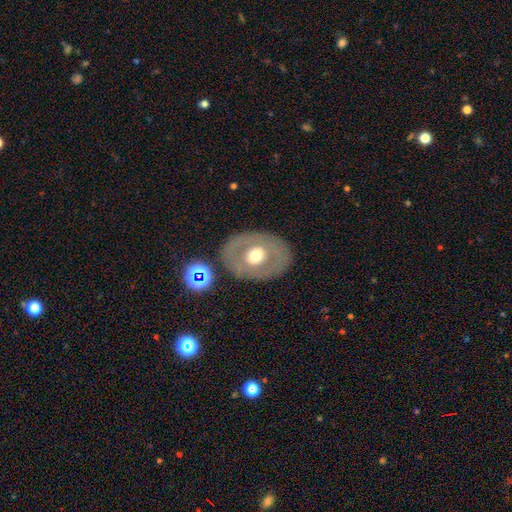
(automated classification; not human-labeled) Smooth or featured: featured or disk — 50% (smooth — 43%)
Edge-on disk: no — 92% (yes — 8%)
Merging: none — 82% (minor disturbance — 10%)